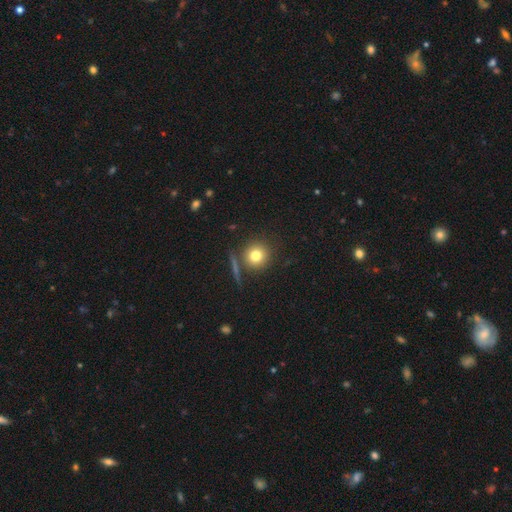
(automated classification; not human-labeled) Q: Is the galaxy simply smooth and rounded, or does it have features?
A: smooth — 77%.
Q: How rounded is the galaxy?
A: round — 92%.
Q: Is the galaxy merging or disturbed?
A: none — 79%.